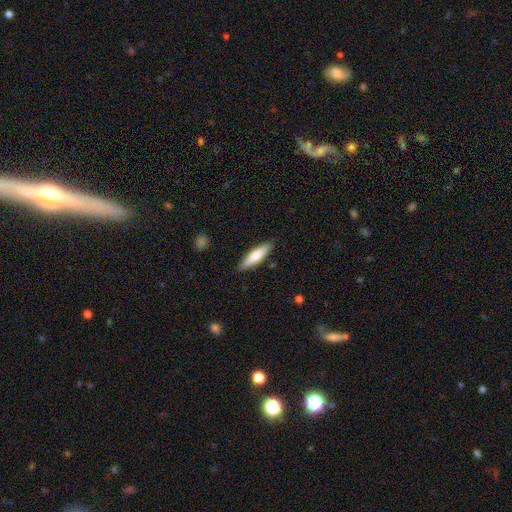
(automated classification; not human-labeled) A smooth galaxy with no disk features (72%) that is cigar-shaped (71%). Merging: none (88%).